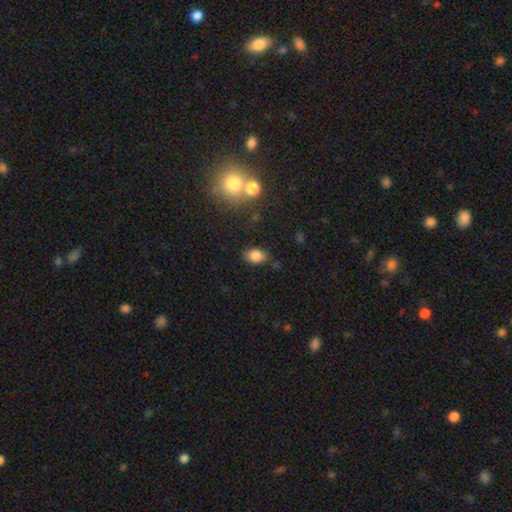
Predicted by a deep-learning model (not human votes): Smooth or featured?
  - smooth: 83% *
  - star or artifact: 10%
  - featured or disk: 7%
How rounded?
  - in between: 83% *
  - round: 16%
  - cigar-shaped: 2%
Merging?
  - none: 78% *
  - minor disturbance: 15%
  - major disturbance: 4%
  - merger: 3%